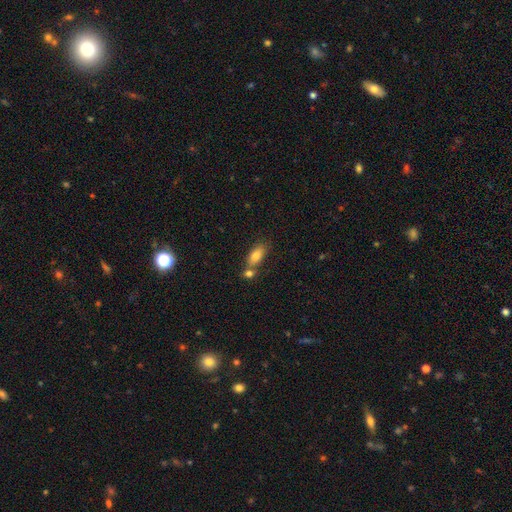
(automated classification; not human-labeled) A smooth galaxy with no disk features (80%) that is in between round and cigar-shaped (85%).

Vote fractions:
- Smooth or featured? smooth: 80% / featured or disk: 12% / star or artifact: 8%
- How rounded? in between: 85% / cigar-shaped: 11% / round: 5%
- Merging? none: 51% / merger: 33% / minor disturbance: 12% / major disturbance: 4%